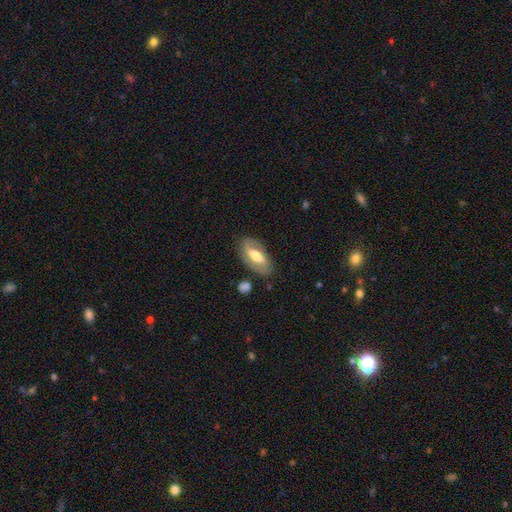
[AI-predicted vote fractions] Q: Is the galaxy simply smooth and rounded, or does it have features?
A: featured or disk — 56%.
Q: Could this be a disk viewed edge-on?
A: no — 88%.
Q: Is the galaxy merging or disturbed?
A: none — 79%.